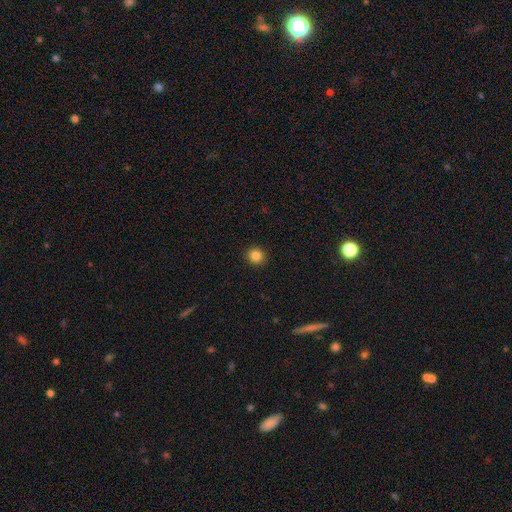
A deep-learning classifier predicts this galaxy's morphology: Overall: smooth (84%). How rounded: round (90%). Merging: none (93%).